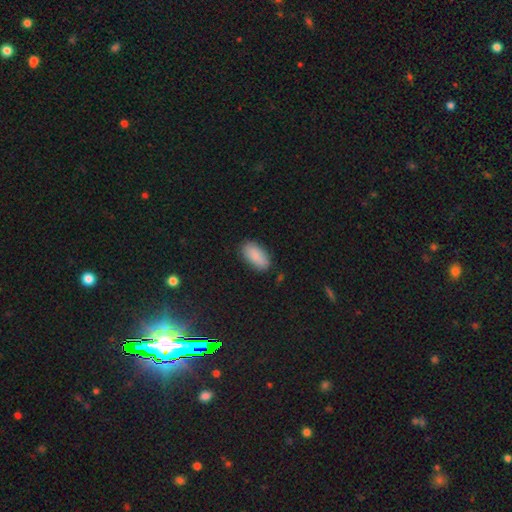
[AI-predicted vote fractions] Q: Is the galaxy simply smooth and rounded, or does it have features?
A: smooth — 89%.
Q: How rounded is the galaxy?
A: in between — 91%.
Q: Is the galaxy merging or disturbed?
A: none — 84%.